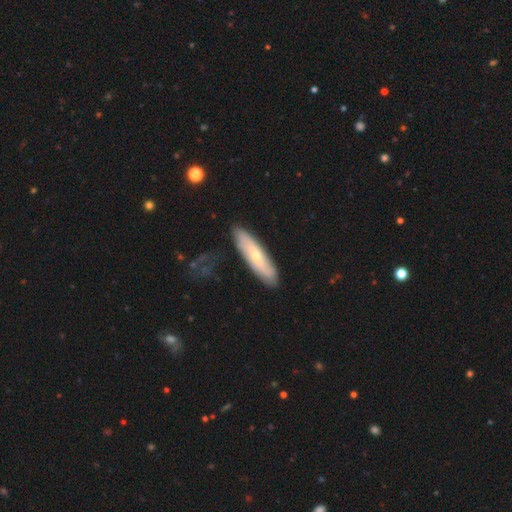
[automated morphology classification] Overall: featured or disk (49%; smooth 45%). Merging: none (83%).